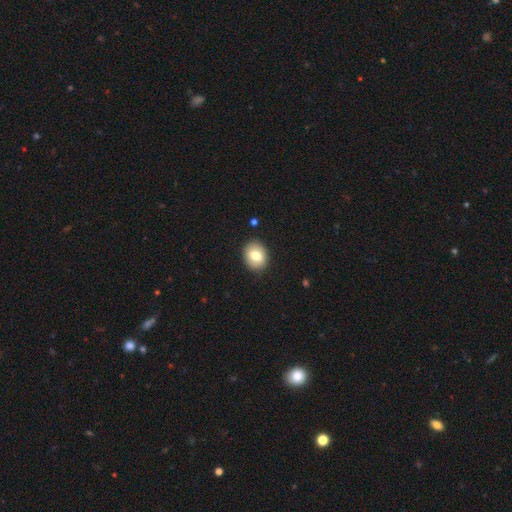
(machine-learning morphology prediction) Smooth or featured? smooth (77%)
How rounded? in between (54%)
Merging? none (89%)